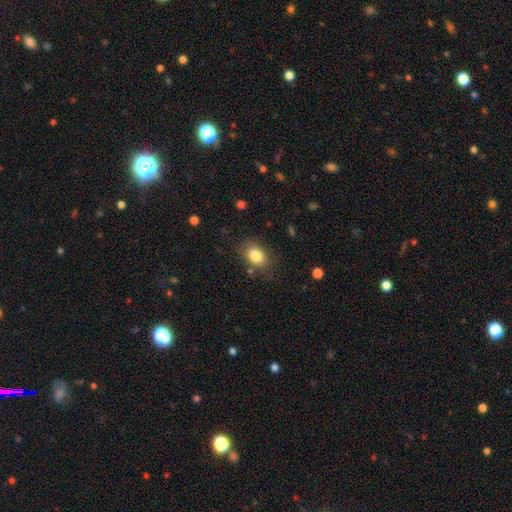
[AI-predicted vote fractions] A smooth galaxy with no disk features (84%) that is in between round and cigar-shaped (72%).

Vote fractions:
- Smooth or featured? smooth: 84% / star or artifact: 9% / featured or disk: 7%
- How rounded? in between: 72% / round: 27% / cigar-shaped: 1%
- Merging? none: 78% / minor disturbance: 15% / major disturbance: 5% / merger: 2%